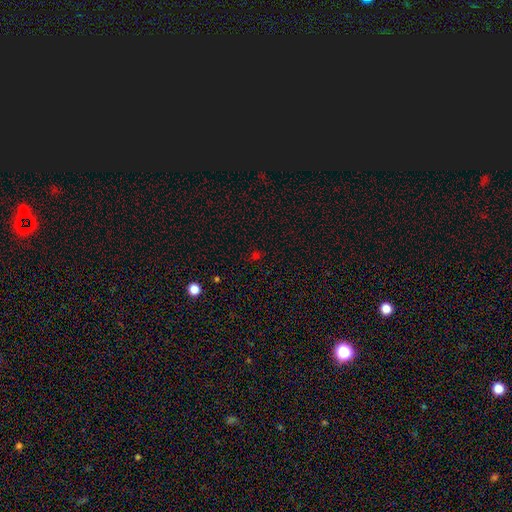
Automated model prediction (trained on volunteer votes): Q: Smooth or featured?
A: star or artifact (49%); runner-up: smooth (45%)